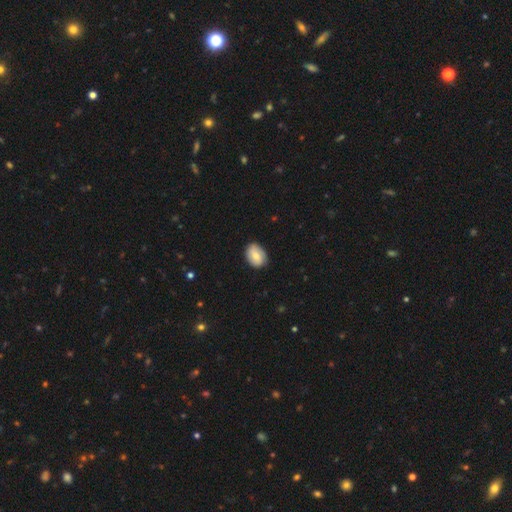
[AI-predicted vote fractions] Smooth or featured? Predicted: smooth (p=0.67). How rounded? Predicted: in between (p=0.72). Merging? Predicted: none (p=0.81).